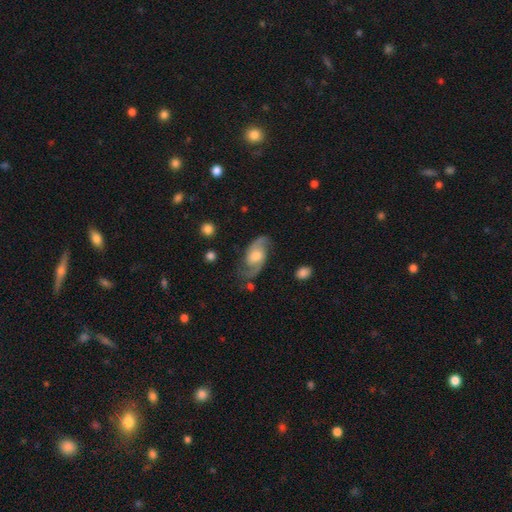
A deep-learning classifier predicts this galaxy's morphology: Smooth or featured: featured or disk — 83% (smooth — 12%)
Edge-on disk: no — 96% (yes — 4%)
Bar: no — 45% (weak — 44%)
Spiral arms: yes — 95% (no — 5%)
Spiral winding: medium — 52% (loose — 31%)
Spiral arm count: 2 — 92% (can't tell — 3%)
Bulge size: moderate — 50% (large — 27%)
Merging: none — 75% (minor disturbance — 16%)